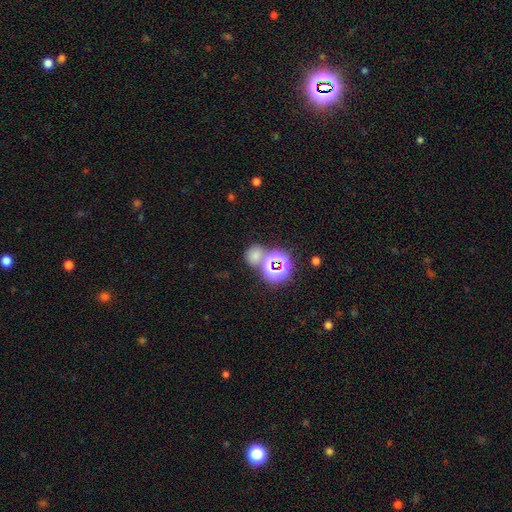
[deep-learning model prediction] smooth-or-featured: smooth: 58% | star or artifact: 35% | featured or disk: 7%
  how-rounded: round: 69% | in between: 30% | cigar-shaped: 1%
  merging: none: 58% | merger: 26% | minor disturbance: 10% | major disturbance: 5%